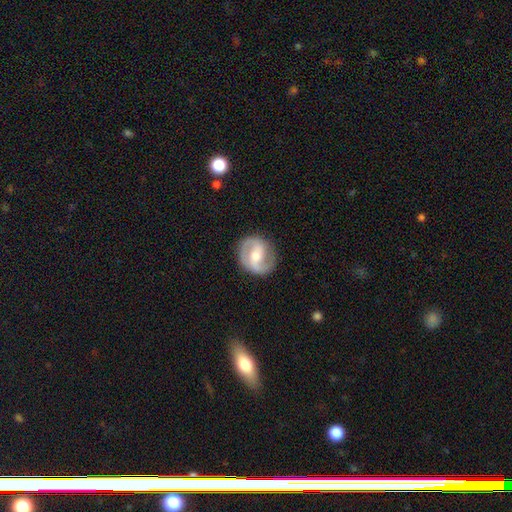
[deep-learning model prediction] This is clearly a featured or disk galaxy (81%). It is clearly not viewed edge-on (98%). Bar: possibly weak (45%). Spiral arm pattern: clearly yes (92%). Spiral arm count: clearly 2 (90%). Spiral winding: possibly medium (51%). Central bulge: likely moderate (61%). Merging: clearly none (84%).